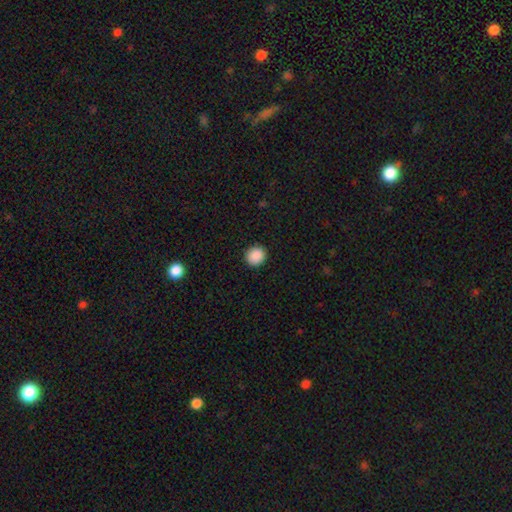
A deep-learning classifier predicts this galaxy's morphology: smooth_or_featured: smooth (p=0.89) [alt: star or artifact p=0.08]
how_rounded: round (p=0.88) [alt: in between p=0.11]
merging: none (p=0.92) [alt: minor disturbance p=0.06]